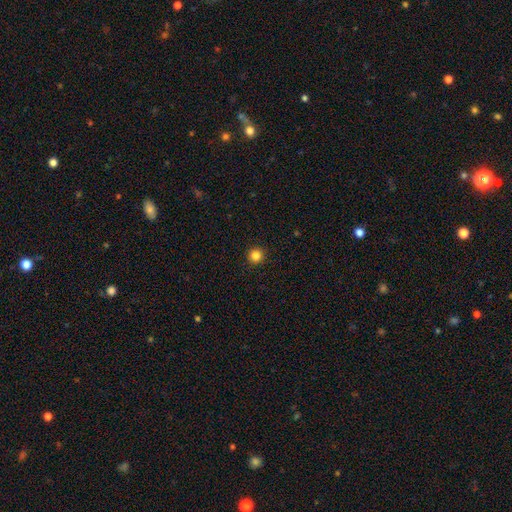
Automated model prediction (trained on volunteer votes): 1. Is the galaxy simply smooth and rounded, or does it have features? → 84% smooth, 12% star or artifact, 4% featured or disk.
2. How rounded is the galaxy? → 96% round, 3% in between, 1% cigar-shaped.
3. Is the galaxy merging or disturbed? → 94% none, 4% minor disturbance, 1% major disturbance, 1% merger.